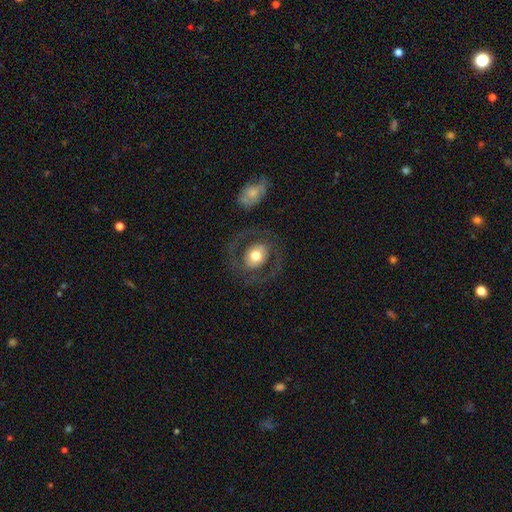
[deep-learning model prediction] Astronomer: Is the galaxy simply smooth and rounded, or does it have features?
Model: featured or disk — 50% (runner-up: smooth, 44%).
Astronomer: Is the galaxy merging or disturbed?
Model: none — 76%.